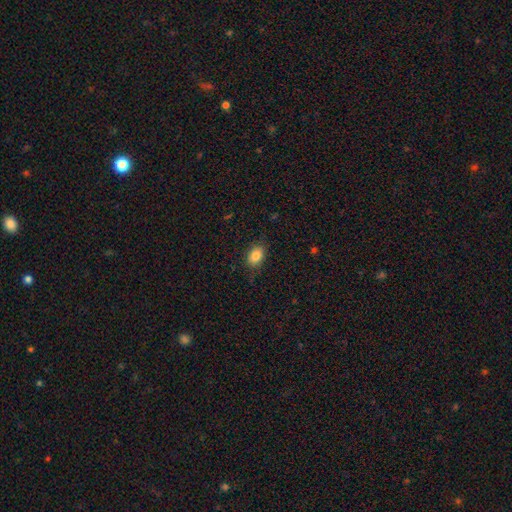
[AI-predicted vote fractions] Smooth or featured?
  - smooth: 84% *
  - star or artifact: 9%
  - featured or disk: 7%
How rounded?
  - in between: 83% *
  - round: 16%
  - cigar-shaped: 1%
Merging?
  - none: 81% *
  - minor disturbance: 14%
  - major disturbance: 3%
  - merger: 1%